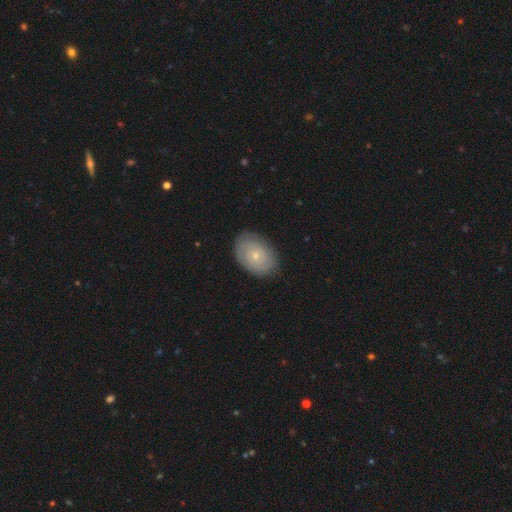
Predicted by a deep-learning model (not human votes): A smooth galaxy with no disk features (56%) that is in between round and cigar-shaped (80%).

Vote fractions:
- Smooth or featured? smooth: 56% / featured or disk: 37% / star or artifact: 7%
- How rounded? in between: 80% / round: 19% / cigar-shaped: 1%
- Merging? none: 83% / minor disturbance: 13% / major disturbance: 3% / merger: 1%